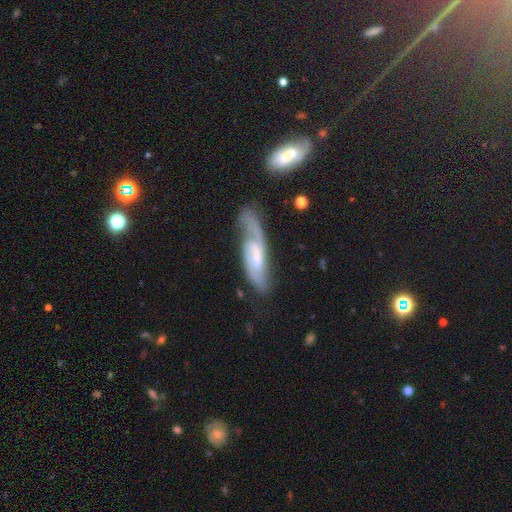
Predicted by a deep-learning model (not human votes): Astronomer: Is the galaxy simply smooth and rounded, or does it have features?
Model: featured or disk — 80%.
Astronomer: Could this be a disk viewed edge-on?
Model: no — 87%.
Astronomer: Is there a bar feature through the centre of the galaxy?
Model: weak — 51% (runner-up: no, 28%).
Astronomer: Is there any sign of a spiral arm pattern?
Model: yes — 95%.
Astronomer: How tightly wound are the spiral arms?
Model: medium — 49% (runner-up: tight, 28%).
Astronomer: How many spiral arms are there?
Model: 2 — 74%.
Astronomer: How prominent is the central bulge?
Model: small — 41% (runner-up: moderate, 34%).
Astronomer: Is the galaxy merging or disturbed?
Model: none — 58%.